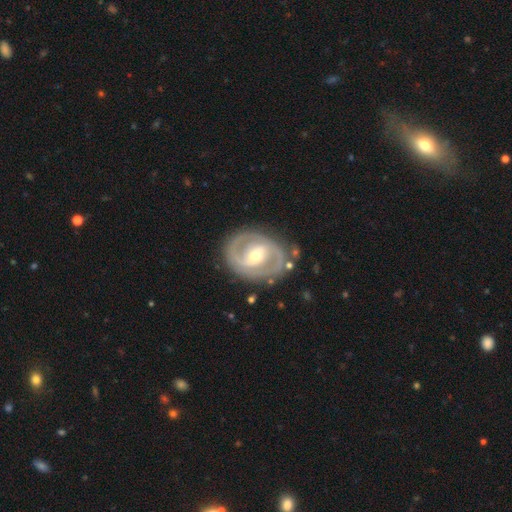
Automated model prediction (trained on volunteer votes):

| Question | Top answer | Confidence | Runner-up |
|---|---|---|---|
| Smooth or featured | featured or disk | 85% | smooth (11%) |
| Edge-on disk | no | 97% | yes (3%) |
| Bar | weak | 40% | strong (32%) |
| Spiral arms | yes | 87% | no (13%) |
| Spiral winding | tight | 48% | medium (41%) |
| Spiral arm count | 2 | 84% | can't tell (7%) |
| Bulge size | moderate | 55% | small (40%) |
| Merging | none | 81% | minor disturbance (12%) |